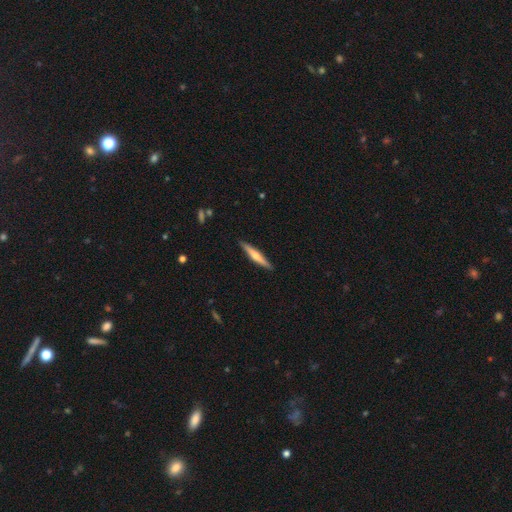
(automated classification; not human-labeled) The model was most divided on "smooth or featured": featured or disk: 49%, smooth: 46%, star or artifact: 5%. More confident: merging — none (90%).